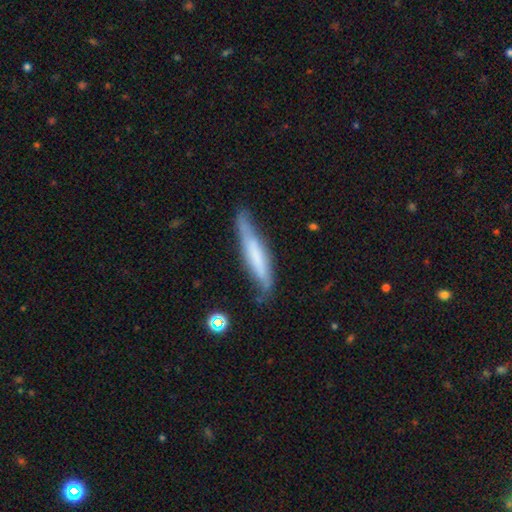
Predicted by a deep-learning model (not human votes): smooth 53%, featured or disk 40%, star or artifact 6%. Down the decision tree: how rounded — cigar-shaped (90%); merging — none (67%).